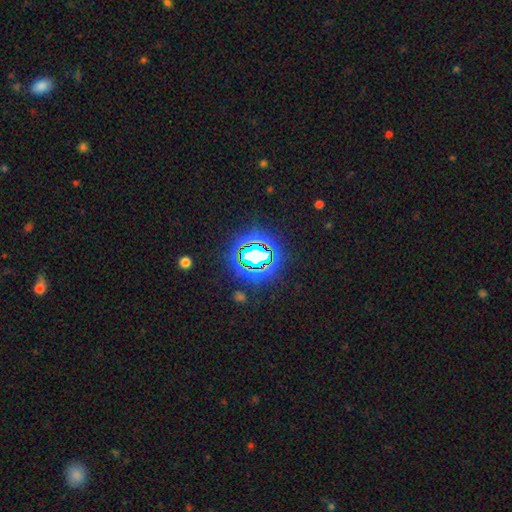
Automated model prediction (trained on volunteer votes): The model was most divided on "smooth or featured": star or artifact: 68%, smooth: 20%, featured or disk: 12%.